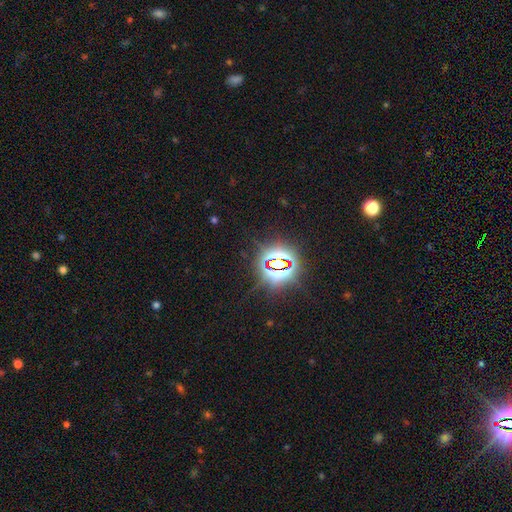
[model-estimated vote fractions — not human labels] smooth-or-featured: star or artifact: 81% | smooth: 13% | featured or disk: 5%